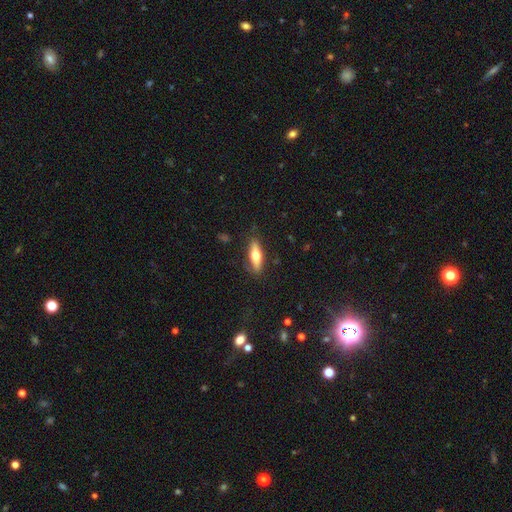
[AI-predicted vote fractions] Morphology: type=smooth (55%); roundness=cigar-shaped (53%); merging=none (84%).